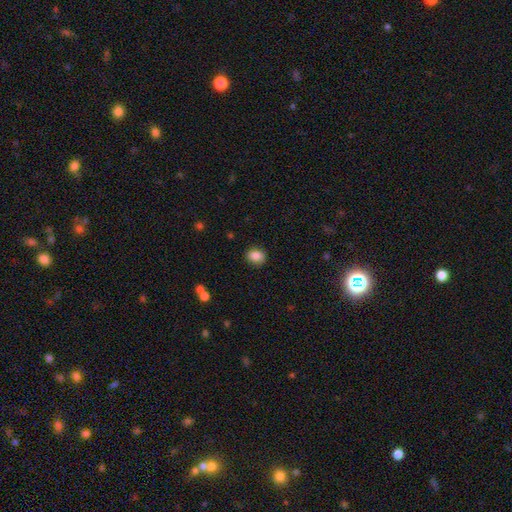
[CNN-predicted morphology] A smooth galaxy with no disk features (86%) that is round (53%).

Vote fractions:
- Smooth or featured? smooth: 86% / star or artifact: 9% / featured or disk: 5%
- How rounded? round: 53% / in between: 46% / cigar-shaped: 1%
- Merging? none: 88% / minor disturbance: 8% / major disturbance: 2% / merger: 1%